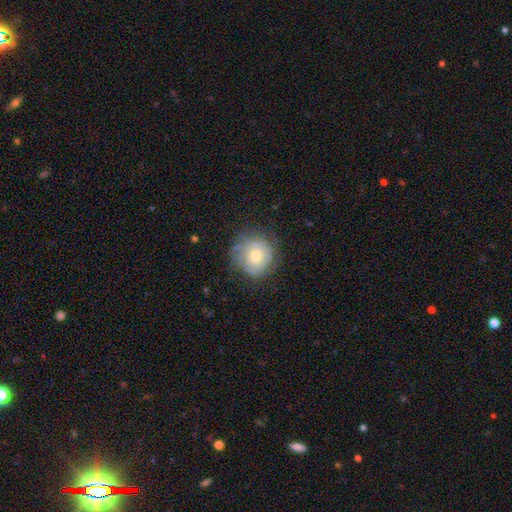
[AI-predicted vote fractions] Morphology: type=smooth (46%); merging=none (70%).